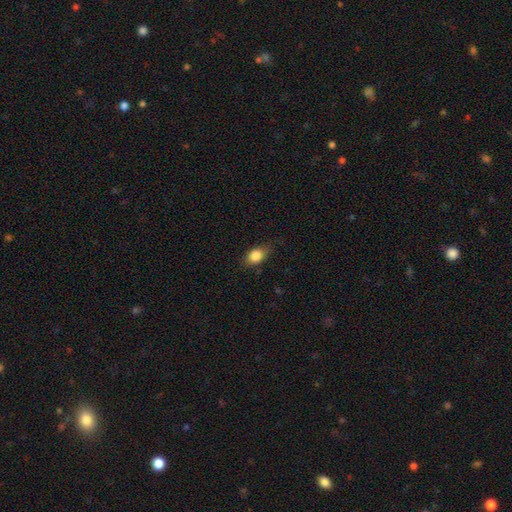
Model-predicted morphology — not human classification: Overall: smooth (84%). How rounded: in between (72%). Merging: none (73%).